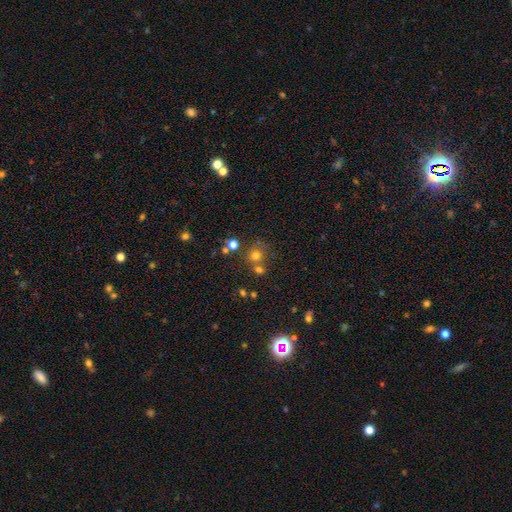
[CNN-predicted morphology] Q: Smooth or featured?
A: smooth (69%); runner-up: star or artifact (21%)
Q: How rounded?
A: round (88%); runner-up: in between (11%)
Q: Merging?
A: none (60%); runner-up: merger (27%)